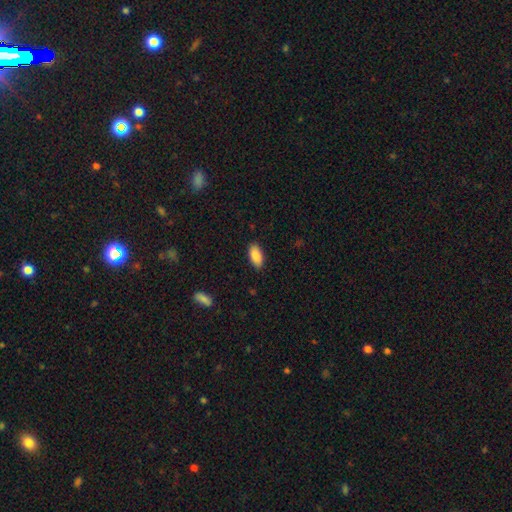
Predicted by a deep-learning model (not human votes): Smooth or featured: smooth — 90% (star or artifact — 6%)
How rounded: in between — 90% (cigar-shaped — 7%)
Merging: none — 86% (minor disturbance — 11%)